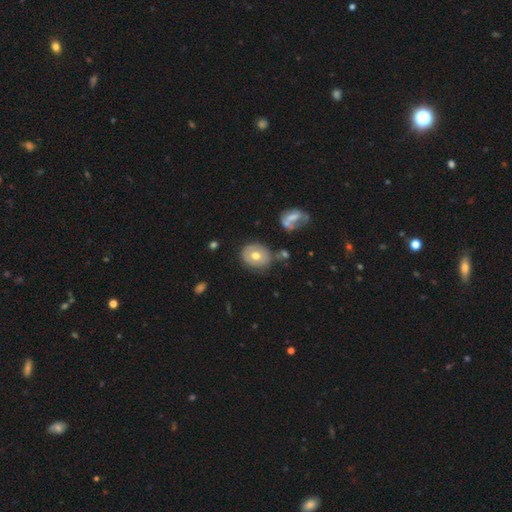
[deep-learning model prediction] Smooth or featured? smooth (60%)
How rounded? round (69%)
Merging? none (67%)